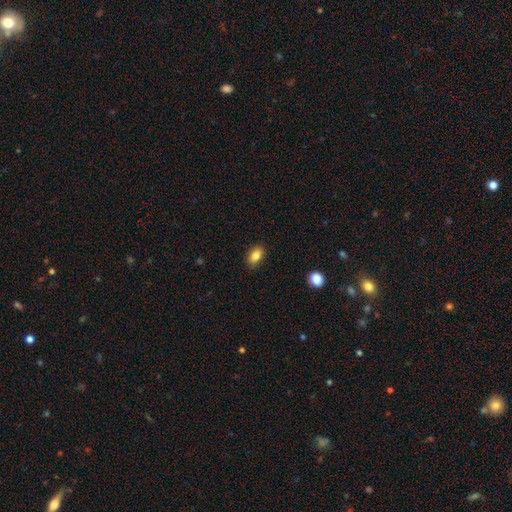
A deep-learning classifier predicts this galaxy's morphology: A smooth galaxy with no disk features (84%) that is in between round and cigar-shaped (86%). Merging: none (88%).